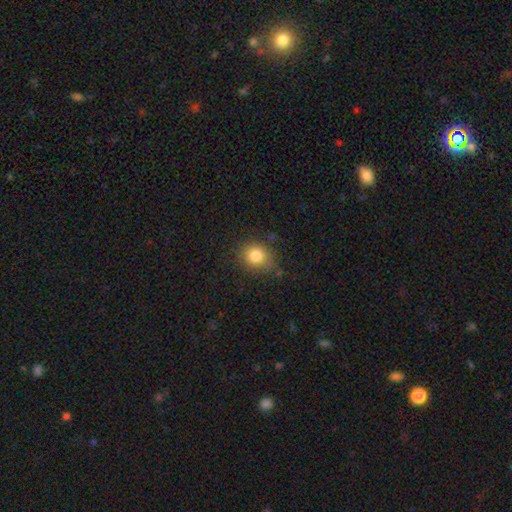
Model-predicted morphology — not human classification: A smooth galaxy with no disk features (82%) that is round (64%).

Vote fractions:
- Smooth or featured? smooth: 82% / star or artifact: 10% / featured or disk: 8%
- How rounded? round: 64% / in between: 35% / cigar-shaped: 1%
- Merging? none: 75% / minor disturbance: 18% / major disturbance: 5% / merger: 2%